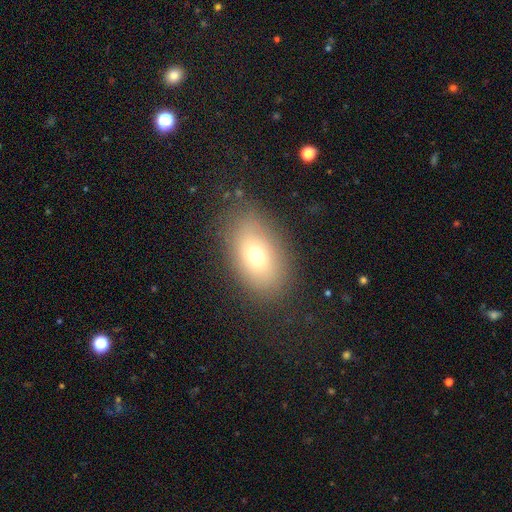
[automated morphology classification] This is likely a smooth galaxy (71%). How rounded: clearly in between (86%). Merging: clearly none (82%).